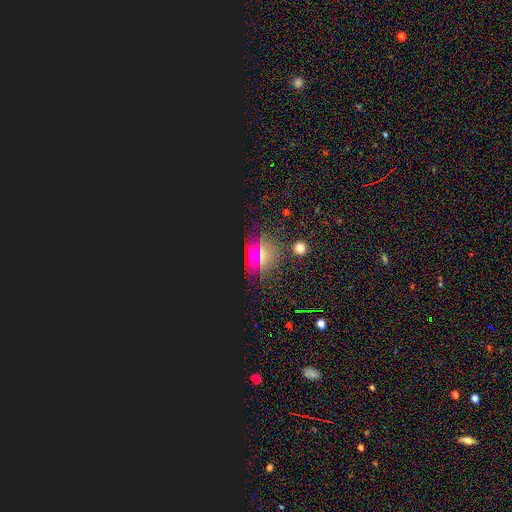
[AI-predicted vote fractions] Q: Smooth or featured?
A: star or artifact (60%); runner-up: smooth (24%)